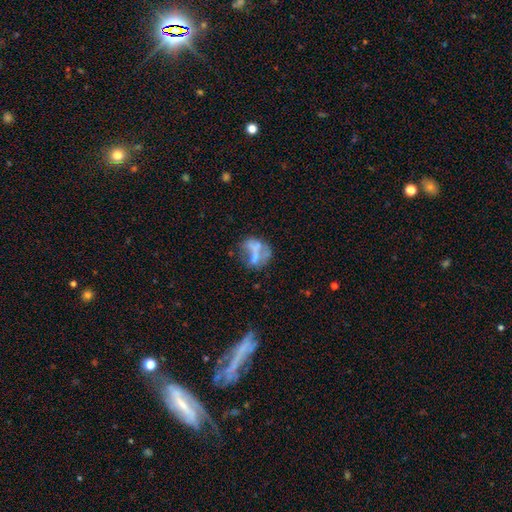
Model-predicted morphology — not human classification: The model was most divided on "merging": none: 36%, merger: 26%, major disturbance: 21%, minor disturbance: 17%. More confident: edge-on disk — no (96%); smooth or featured — featured or disk (51%).